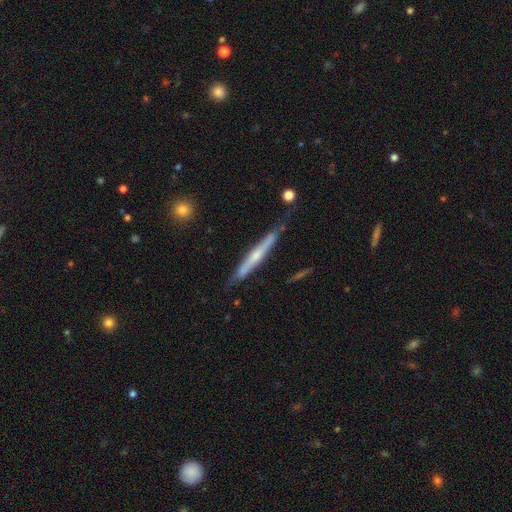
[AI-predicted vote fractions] This appears to be a featured or disk galaxy (61%) viewed edge-on (95%) with a rounded central bulge (55%). Merging: none (78%).